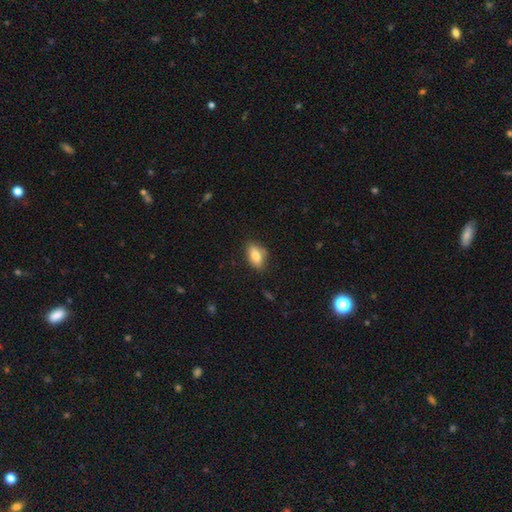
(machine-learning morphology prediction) Smooth or featured?
  - smooth: 80% *
  - featured or disk: 13%
  - star or artifact: 7%
How rounded?
  - in between: 88% *
  - round: 6%
  - cigar-shaped: 6%
Merging?
  - none: 77% *
  - minor disturbance: 18%
  - major disturbance: 3%
  - merger: 2%